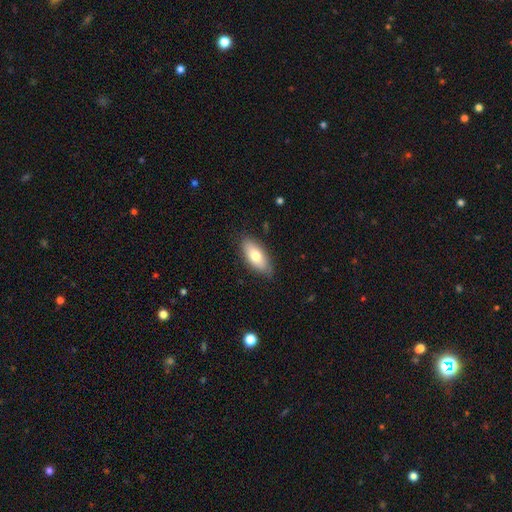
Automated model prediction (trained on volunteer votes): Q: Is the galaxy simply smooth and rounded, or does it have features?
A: smooth — 75%.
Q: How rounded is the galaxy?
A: in between — 85%.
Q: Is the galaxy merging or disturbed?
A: none — 82%.